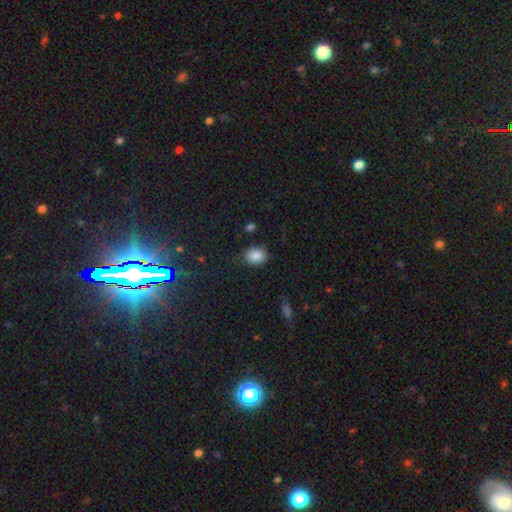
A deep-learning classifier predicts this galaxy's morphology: smooth-or-featured: smooth: 86% | star or artifact: 9% | featured or disk: 5%
  how-rounded: round: 61% | in between: 38% | cigar-shaped: 1%
  merging: none: 81% | minor disturbance: 13% | major disturbance: 3% | merger: 2%